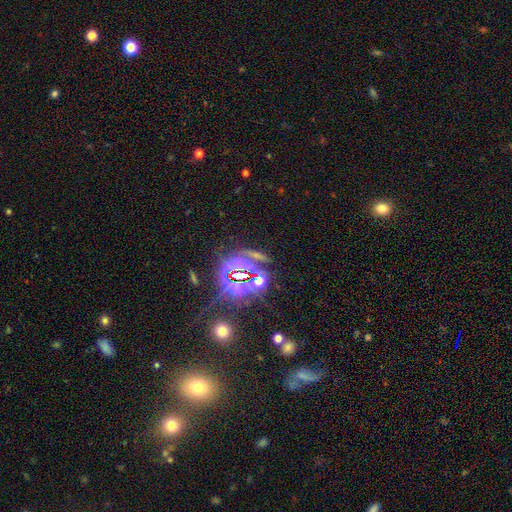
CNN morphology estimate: smooth_or_featured: star or artifact (p=0.78) [alt: smooth p=0.12]